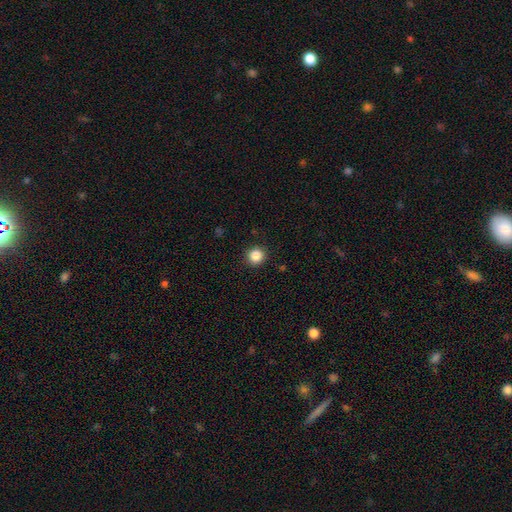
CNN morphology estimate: Smooth or featured? smooth (86%)
How rounded? round (92%)
Merging? none (91%)